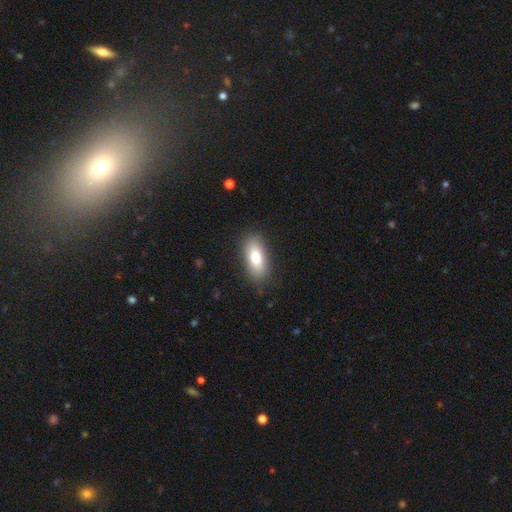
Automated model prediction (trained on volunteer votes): This is likely a smooth galaxy (79%). How rounded: clearly in between (84%). Merging: clearly none (83%).